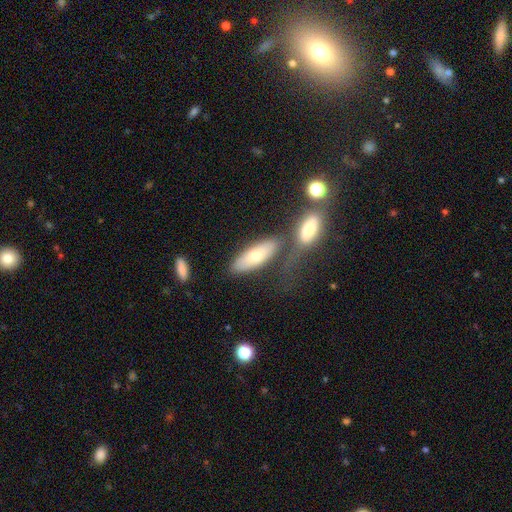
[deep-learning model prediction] This appears to be a smooth galaxy with no disk features (71%) that is in between round and cigar-shaped (70%). Merging: none (57%).